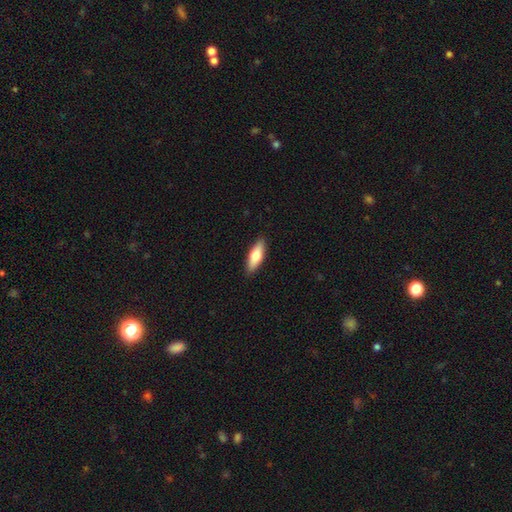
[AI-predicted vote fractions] Overall: smooth (64%; featured or disk 30%). How rounded: in between (54%; cigar-shaped 43%). Merging: none (90%).